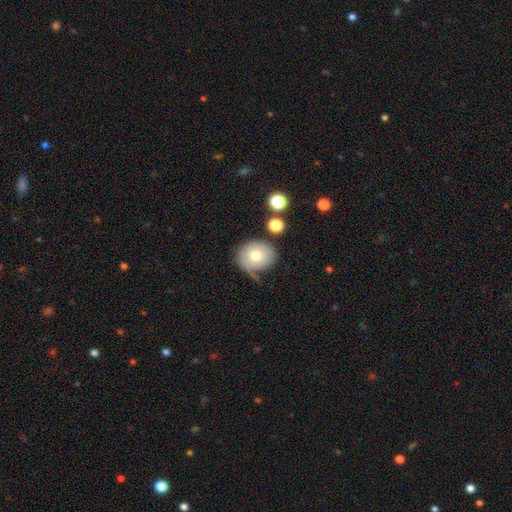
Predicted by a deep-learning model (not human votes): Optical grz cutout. It shows a smooth galaxy with no disk features (69%) that is round (64%). Merging: none (56%).